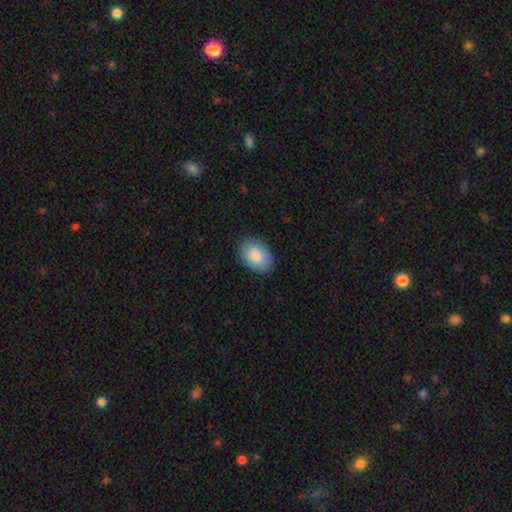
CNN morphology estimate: A smooth galaxy with no disk features (86%) that is in between round and cigar-shaped (85%). Merging: none (86%).